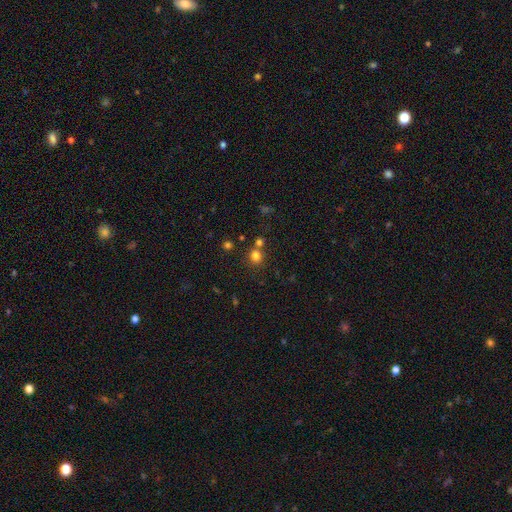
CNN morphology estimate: The model was most divided on "merging": none: 69%, merger: 21%, minor disturbance: 8%, major disturbance: 3%. More confident: how rounded — round (87%); smooth or featured — smooth (77%).